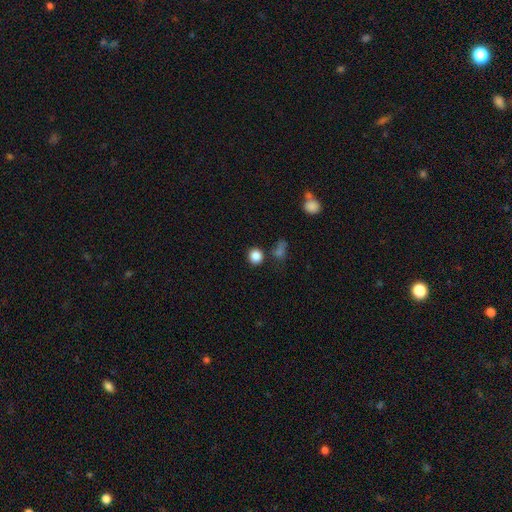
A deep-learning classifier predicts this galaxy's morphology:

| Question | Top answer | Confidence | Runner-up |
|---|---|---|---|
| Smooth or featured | smooth | 85% | star or artifact (11%) |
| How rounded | round | 92% | in between (7%) |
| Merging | none | 81% | minor disturbance (8%) |